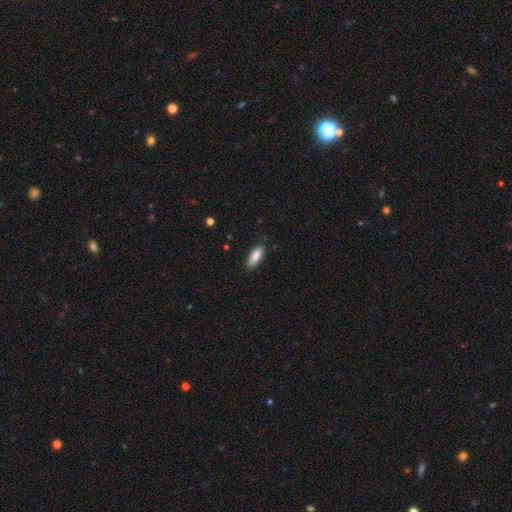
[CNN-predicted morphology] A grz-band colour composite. It shows a smooth galaxy with no disk features (85%) that is in between round and cigar-shaped (72%). Merging: none (82%).